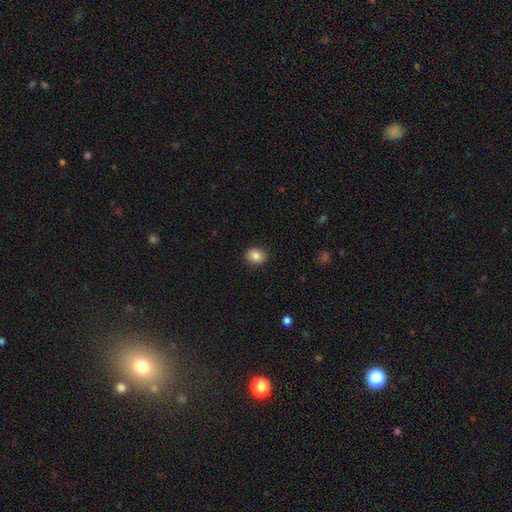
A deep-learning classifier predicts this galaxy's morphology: type=smooth (85%); roundness=round (55%); merging=none (88%).